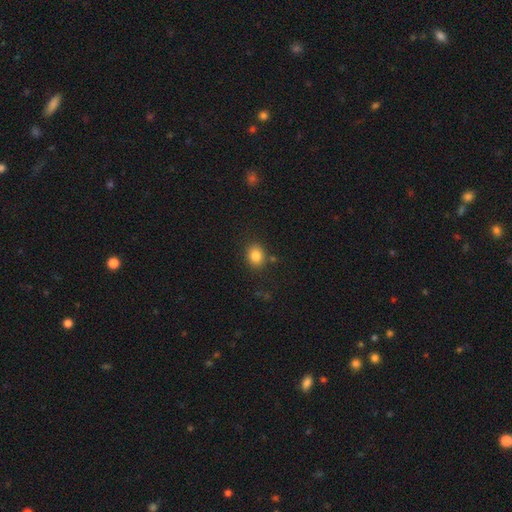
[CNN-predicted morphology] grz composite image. It shows a smooth galaxy with no disk features (84%) that is round (60%). Merging: none (83%).